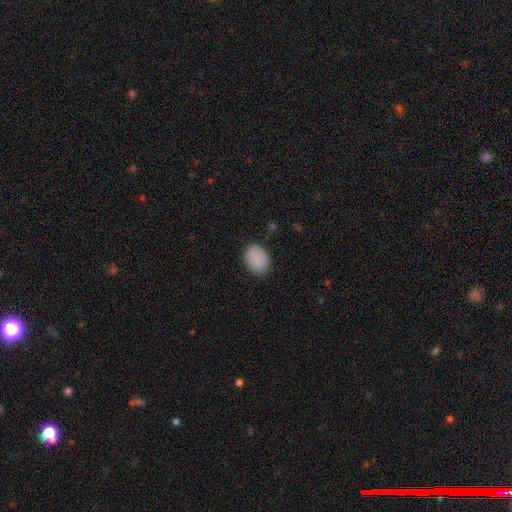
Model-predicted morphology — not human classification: Overall: smooth (87%). How rounded: in between (74%). Merging: none (83%).